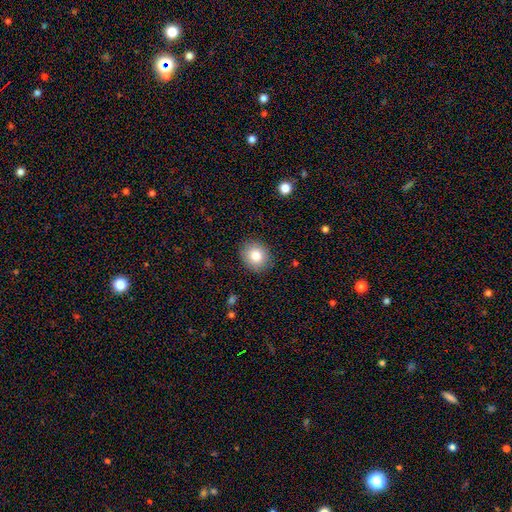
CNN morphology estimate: This is clearly a smooth galaxy (82%). How rounded: likely round (71%). Merging: clearly none (88%).